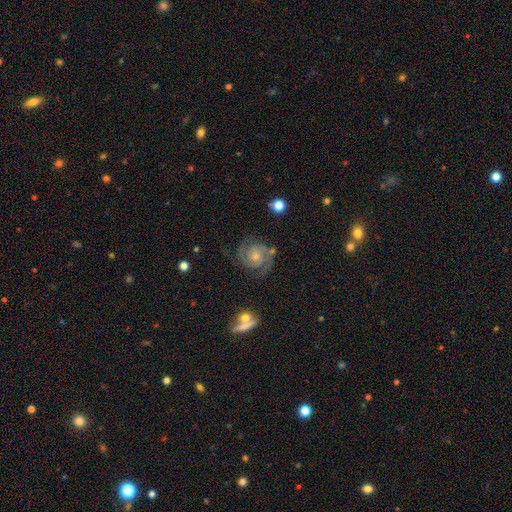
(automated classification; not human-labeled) Smooth or featured?
  - featured or disk: 87% *
  - star or artifact: 6%
  - smooth: 6%
Edge-on disk?
  - no: 98% *
  - yes: 2%
Bar?
  - no: 72% *
  - weak: 23%
  - strong: 5%
Spiral arms?
  - yes: 98% *
  - no: 2%
Spiral winding?
  - tight: 51% *
  - medium: 41%
  - loose: 8%
Spiral arm count?
  - 2: 88% *
  - 3: 4%
  - can't tell: 3%
  - 1: 2%
  - 4: 1%
  - more than 4: 1%
Bulge size?
  - small: 55% *
  - moderate: 37%
  - none: 4%
  - large: 3%
  - dominant: 1%
Merging?
  - none: 76% *
  - minor disturbance: 14%
  - major disturbance: 6%
  - merger: 4%